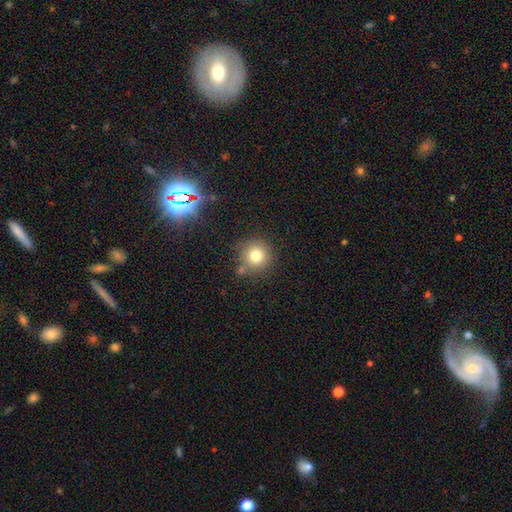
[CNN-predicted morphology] type=smooth (79%); roundness=round (94%); merging=none (78%).